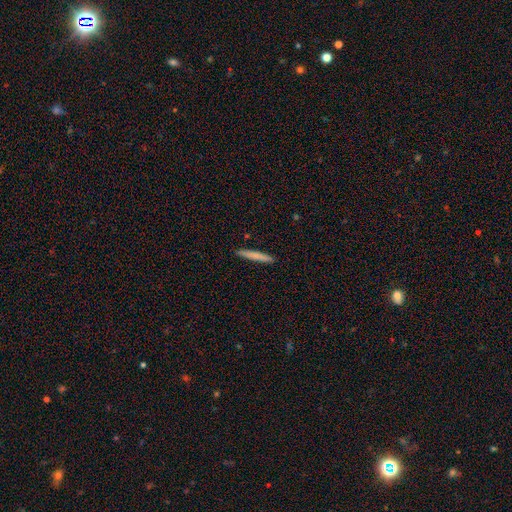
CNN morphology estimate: Smooth or featured? Predicted: smooth (p=0.75). How rounded? Predicted: cigar-shaped (p=0.96). Merging? Predicted: none (p=0.92).